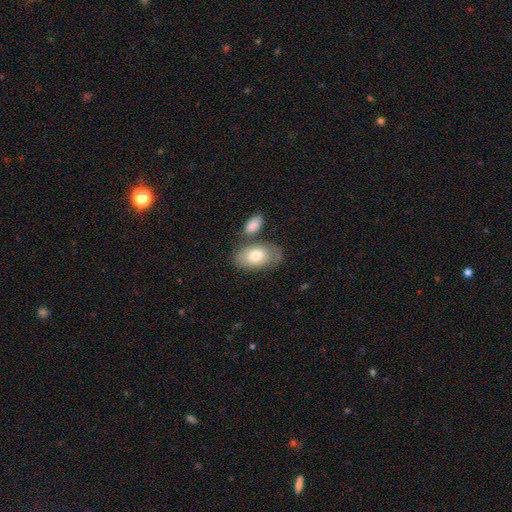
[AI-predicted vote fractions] Q: Smooth or featured?
A: smooth (75%); runner-up: featured or disk (19%)
Q: How rounded?
A: in between (92%); runner-up: round (7%)
Q: Merging?
A: none (56%); runner-up: merger (19%)